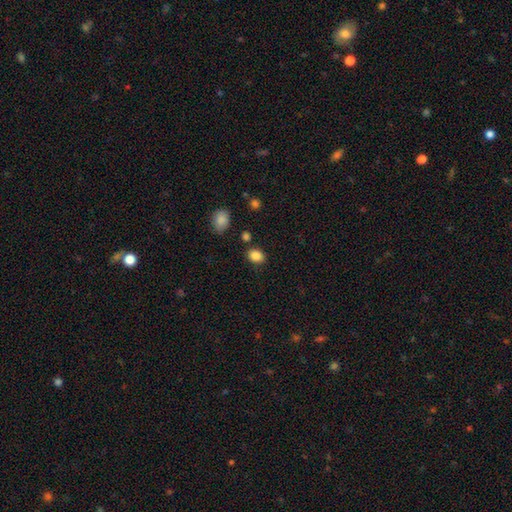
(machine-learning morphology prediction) A smooth galaxy with no disk features (86%) that is in between round and cigar-shaped (59%).

Vote fractions:
- Smooth or featured? smooth: 86% / star or artifact: 10% / featured or disk: 4%
- How rounded? in between: 59% / round: 40% / cigar-shaped: 1%
- Merging? none: 80% / minor disturbance: 11% / merger: 5% / major disturbance: 3%